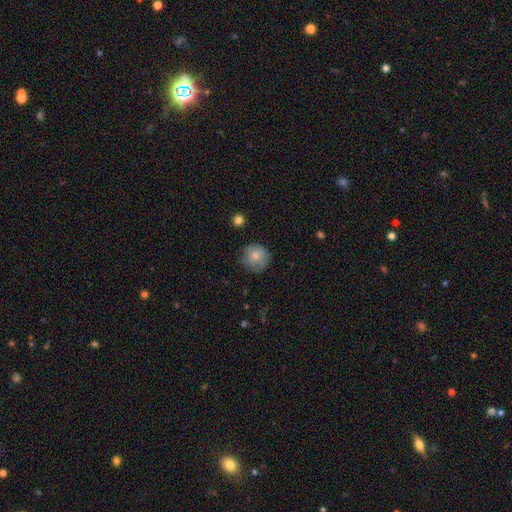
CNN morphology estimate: A smooth galaxy with no disk features (76%) that is round (91%).

Vote fractions:
- Smooth or featured? smooth: 76% / featured or disk: 16% / star or artifact: 8%
- How rounded? round: 91% / in between: 8% / cigar-shaped: 1%
- Merging? none: 74% / minor disturbance: 20% / major disturbance: 5% / merger: 2%